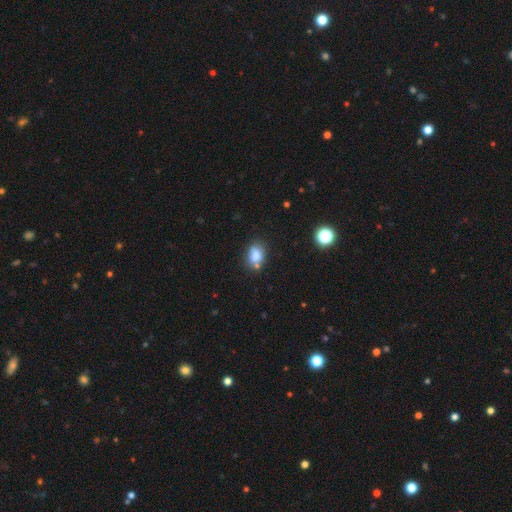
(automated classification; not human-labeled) Overall: smooth (80%). How rounded: in between (64%; round 35%). Merging: none (59%; minor disturbance 19%).